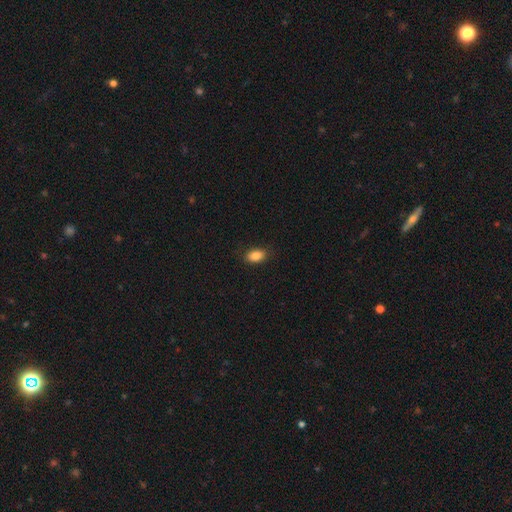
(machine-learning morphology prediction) A smooth galaxy with no disk features (87%) that is in between round and cigar-shaped (88%).

Vote fractions:
- Smooth or featured? smooth: 87% / star or artifact: 8% / featured or disk: 5%
- How rounded? in between: 88% / round: 10% / cigar-shaped: 2%
- Merging? none: 87% / minor disturbance: 10% / major disturbance: 2% / merger: 1%